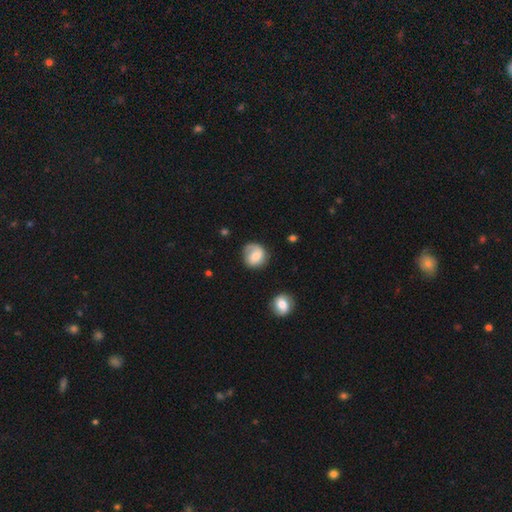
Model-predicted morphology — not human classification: Smooth or featured?
  - smooth: 60% *
  - featured or disk: 32%
  - star or artifact: 7%
How rounded?
  - round: 83% *
  - in between: 16%
  - cigar-shaped: 1%
Merging?
  - none: 66% *
  - minor disturbance: 22%
  - major disturbance: 9%
  - merger: 2%